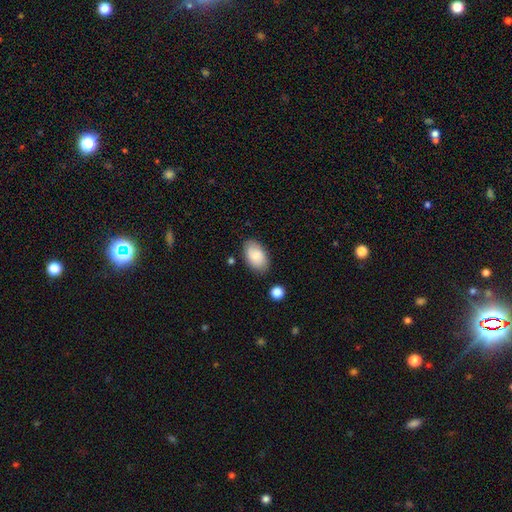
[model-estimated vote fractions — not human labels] Smooth or featured: smooth — 79% (featured or disk — 14%)
How rounded: in between — 93% (round — 5%)
Merging: none — 80% (minor disturbance — 14%)